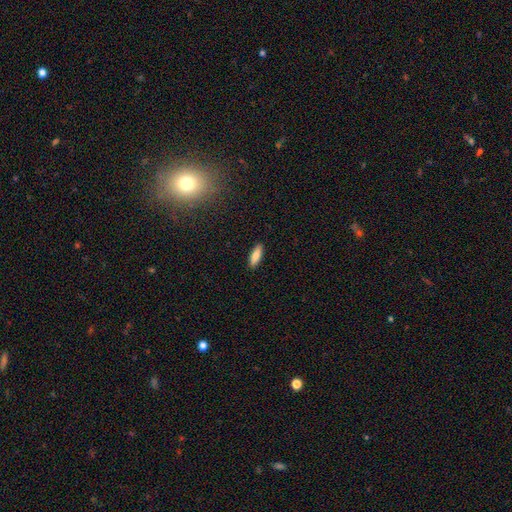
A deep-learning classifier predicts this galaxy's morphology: smooth 83%, featured or disk 10%, star or artifact 6%. Down the decision tree: how rounded — in between (60%); merging — none (90%).